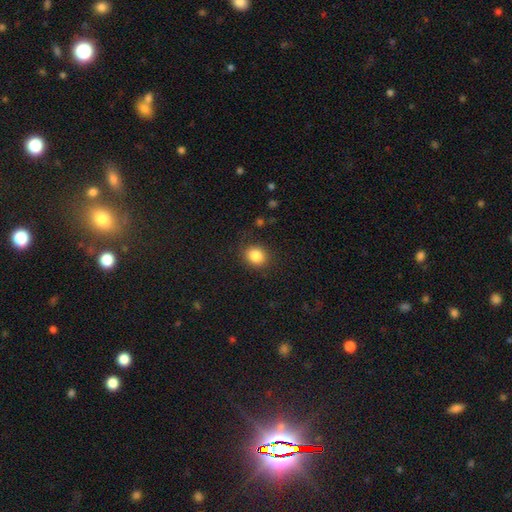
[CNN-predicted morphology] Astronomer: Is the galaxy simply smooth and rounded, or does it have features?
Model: smooth — 85%.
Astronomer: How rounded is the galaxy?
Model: round — 68%.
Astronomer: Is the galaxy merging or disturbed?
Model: none — 85%.